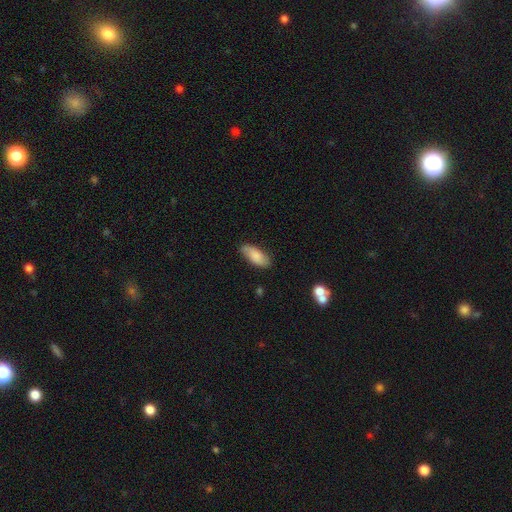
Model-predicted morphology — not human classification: This appears to be a smooth galaxy with no disk features (77%) that is in between round and cigar-shaped (84%). Merging: none (76%).